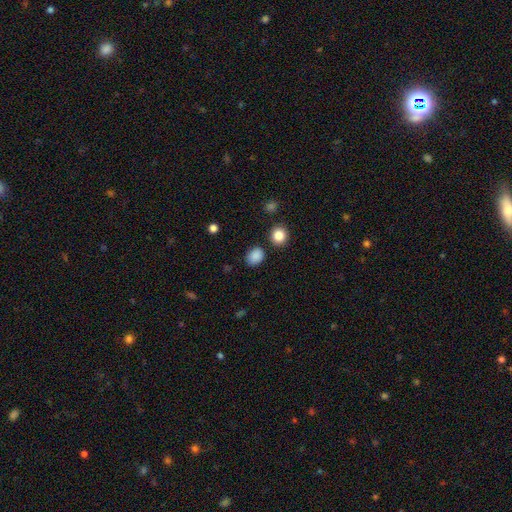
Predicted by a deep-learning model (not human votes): smooth_or_featured: smooth (p=0.86) [alt: star or artifact p=0.10]
how_rounded: in between (p=0.56) [alt: round p=0.43]
merging: none (p=0.80) [alt: minor disturbance p=0.13]